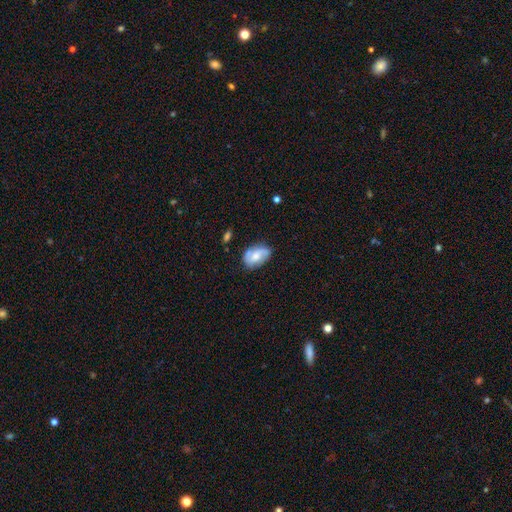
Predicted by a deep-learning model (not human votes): A featured or disk galaxy (50%).

Vote fractions:
- Smooth or featured? featured or disk: 50% / smooth: 43% / star or artifact: 7%
- Merging? none: 64% / minor disturbance: 26% / major disturbance: 7% / merger: 3%